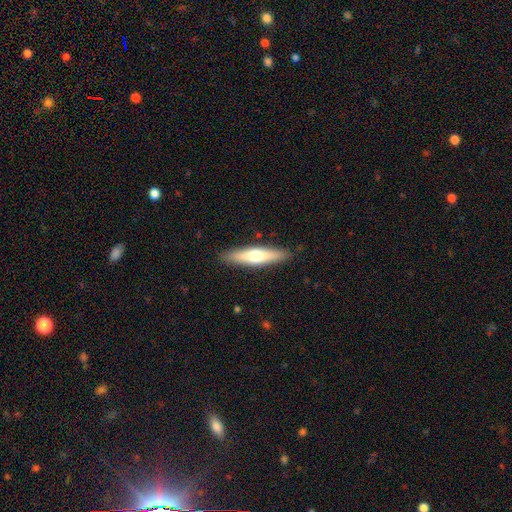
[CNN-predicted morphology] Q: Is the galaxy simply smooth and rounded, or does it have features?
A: smooth — 56%.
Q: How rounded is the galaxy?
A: cigar-shaped — 77%.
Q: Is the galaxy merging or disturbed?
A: none — 89%.